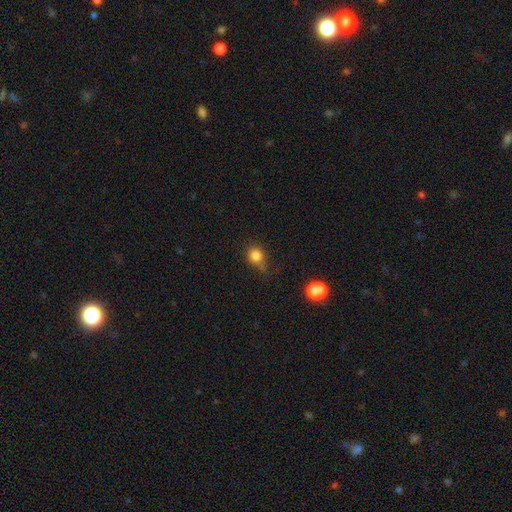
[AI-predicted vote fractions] Q: Smooth or featured?
A: smooth (82%); runner-up: star or artifact (12%)
Q: How rounded?
A: round (82%); runner-up: in between (17%)
Q: Merging?
A: none (60%); runner-up: minor disturbance (26%)